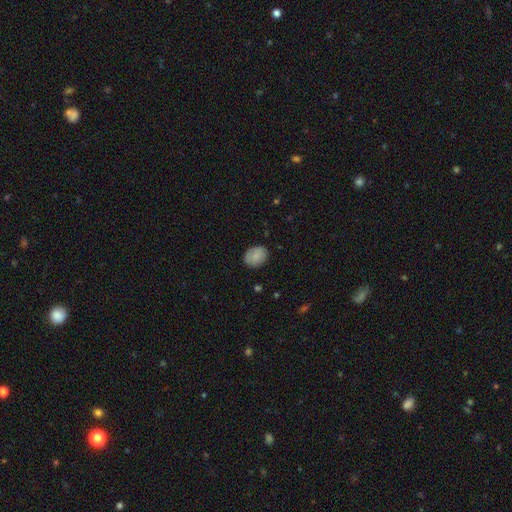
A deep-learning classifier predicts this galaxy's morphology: Overall: smooth (73%). How rounded: in between (51%; round 48%). Merging: none (81%).